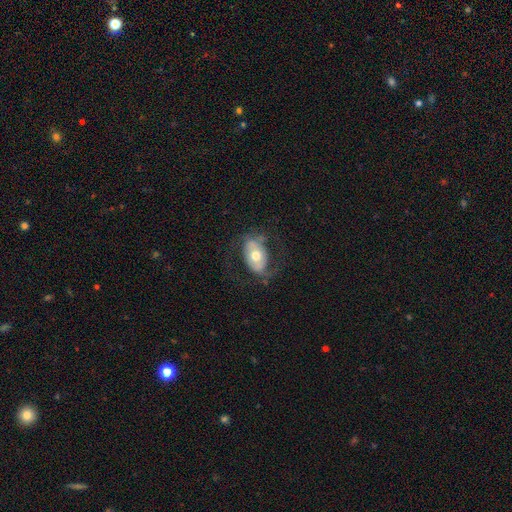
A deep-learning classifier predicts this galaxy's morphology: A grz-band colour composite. It shows a featured or disk galaxy (58%) with no bar (59%), spiral arms (62%) and a moderate central bulge (72%). Merging: none (59%).